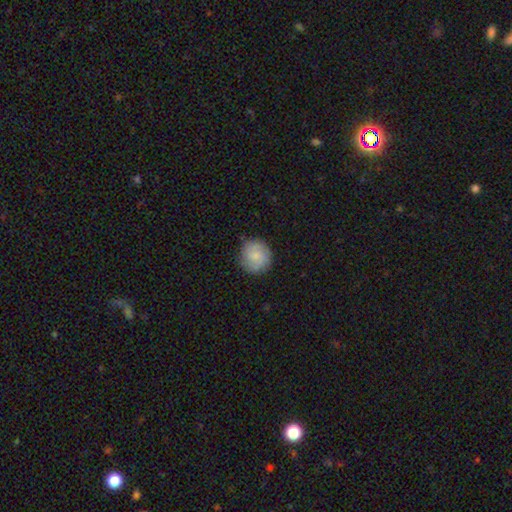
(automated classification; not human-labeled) Morphology: type=smooth (76%); roundness=round (90%); merging=none (83%).